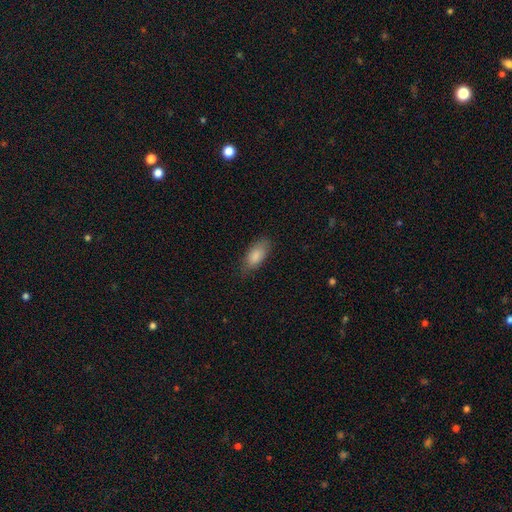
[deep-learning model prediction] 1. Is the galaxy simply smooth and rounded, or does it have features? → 86% smooth, 7% featured or disk, 6% star or artifact.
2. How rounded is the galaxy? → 89% in between, 9% cigar-shaped, 3% round.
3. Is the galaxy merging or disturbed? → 78% none, 17% minor disturbance, 4% major disturbance, 1% merger.